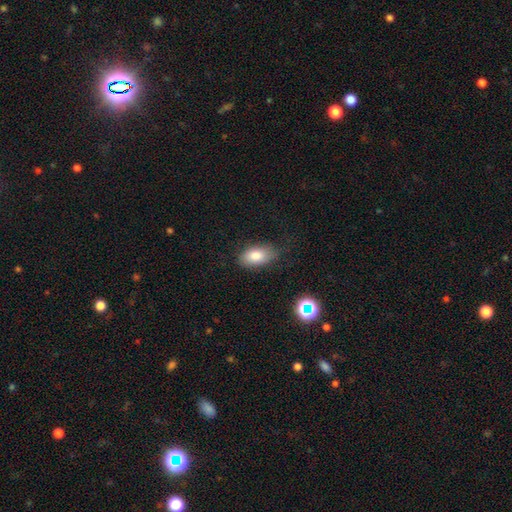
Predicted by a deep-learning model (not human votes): smooth-or-featured: smooth: 82% | featured or disk: 10% | star or artifact: 8%
  how-rounded: in between: 91% | round: 5% | cigar-shaped: 4%
  merging: none: 72% | minor disturbance: 21% | major disturbance: 6% | merger: 2%